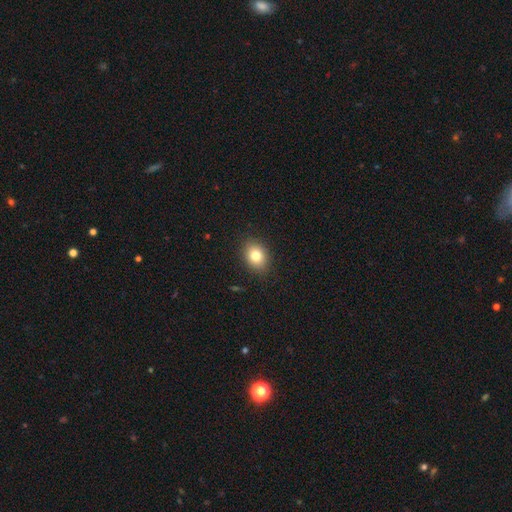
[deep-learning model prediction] The model was most divided on "how rounded": in between: 57%, round: 42%, cigar-shaped: 1%. More confident: merging — none (88%); smooth or featured — smooth (80%).